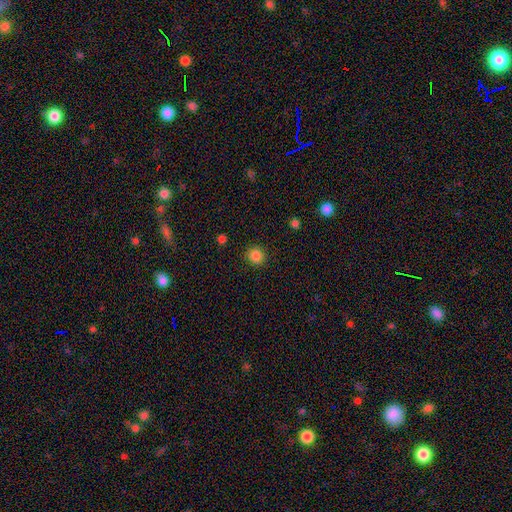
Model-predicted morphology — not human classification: type=smooth (85%); roundness=round (90%); merging=none (91%).